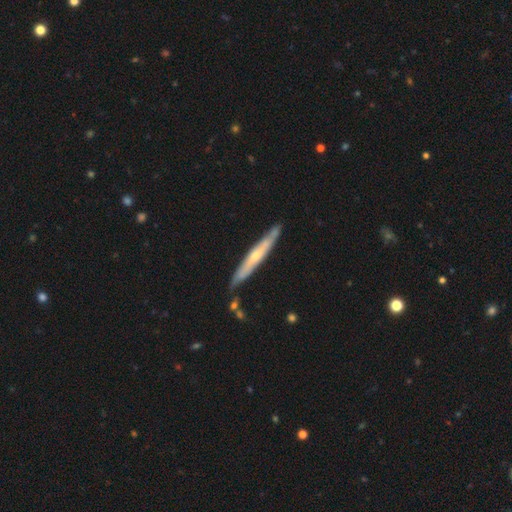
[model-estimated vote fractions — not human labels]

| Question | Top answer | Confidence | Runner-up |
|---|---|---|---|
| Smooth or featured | featured or disk | 69% | smooth (25%) |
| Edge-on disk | yes | 93% | no (7%) |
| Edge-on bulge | rounded | 71% | none (24%) |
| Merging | none | 80% | minor disturbance (14%) |